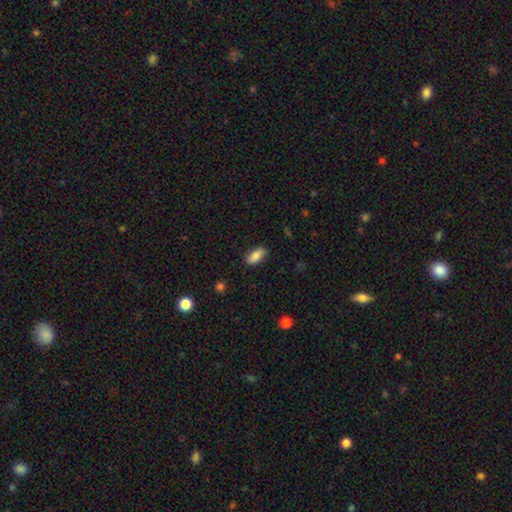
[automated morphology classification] smooth-or-featured: smooth: 83% | featured or disk: 10% | star or artifact: 7%
  how-rounded: in between: 88% | cigar-shaped: 9% | round: 3%
  merging: none: 87% | minor disturbance: 9% | major disturbance: 2% | merger: 1%